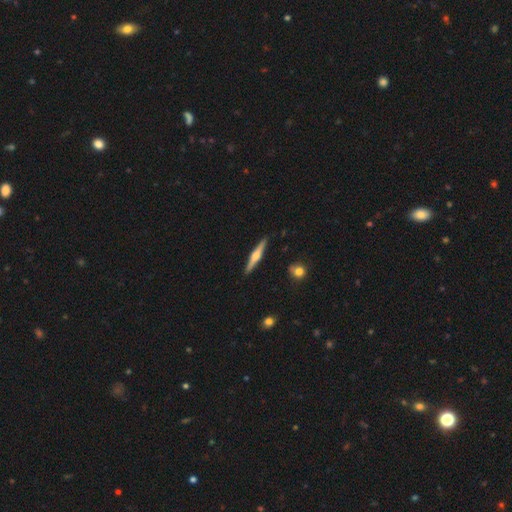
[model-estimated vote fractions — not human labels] Smooth or featured? featured or disk (68%)
Edge-on disk? yes (98%)
Edge-on bulge? rounded (89%)
Merging? none (91%)